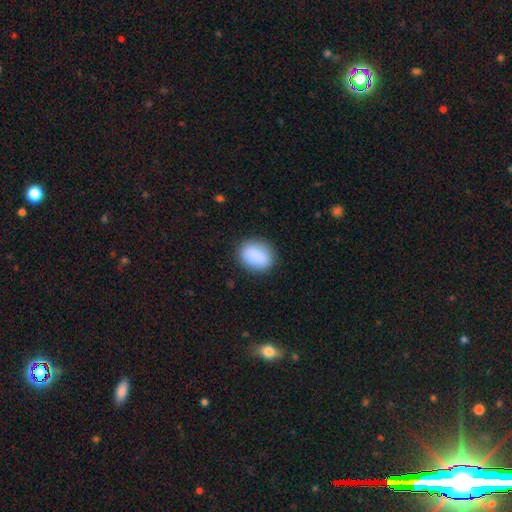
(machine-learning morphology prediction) Smooth or featured: smooth — 88% (star or artifact — 7%)
How rounded: in between — 61% (round — 38%)
Merging: none — 84% (minor disturbance — 11%)